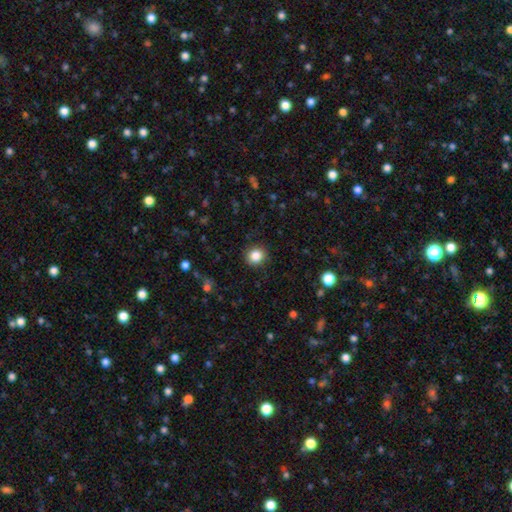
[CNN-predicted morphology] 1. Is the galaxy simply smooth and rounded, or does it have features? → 85% smooth, 10% star or artifact, 5% featured or disk.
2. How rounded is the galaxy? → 84% round, 15% in between, 1% cigar-shaped.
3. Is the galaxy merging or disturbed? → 89% none, 8% minor disturbance, 2% major disturbance, 1% merger.